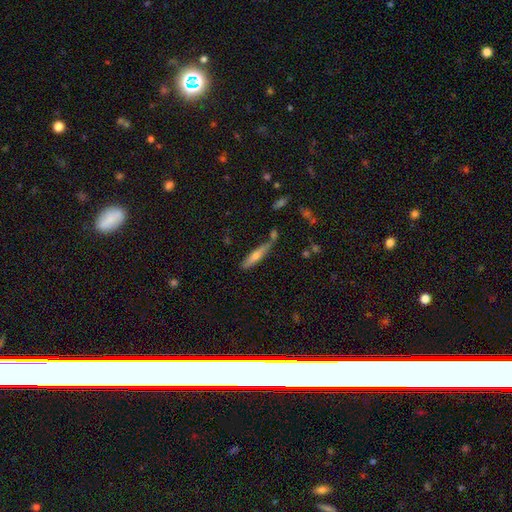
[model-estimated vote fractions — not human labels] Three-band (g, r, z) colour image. It shows a smooth galaxy with no disk features (55%) that is cigar-shaped (86%). Merging: none (64%).